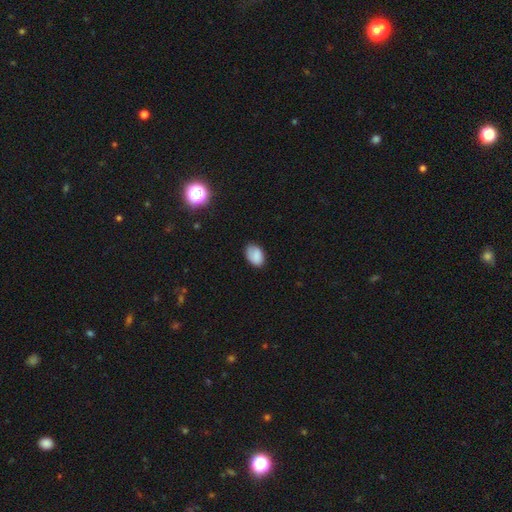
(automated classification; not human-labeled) Overall: smooth (84%). How rounded: in between (88%). Merging: none (73%).